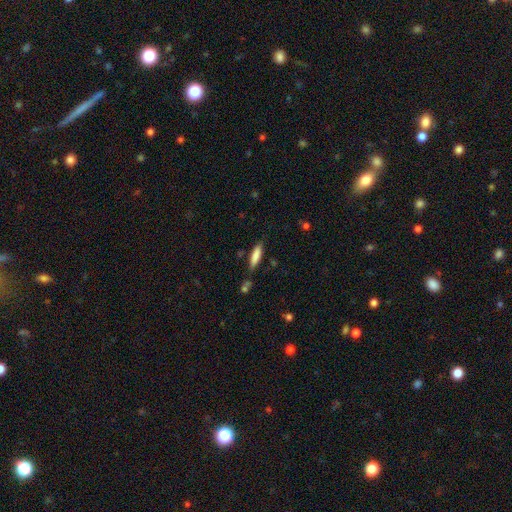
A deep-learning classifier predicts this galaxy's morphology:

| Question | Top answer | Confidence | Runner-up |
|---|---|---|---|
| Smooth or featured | smooth | 81% | featured or disk (12%) |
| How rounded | cigar-shaped | 67% | in between (32%) |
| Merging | none | 76% | minor disturbance (16%) |